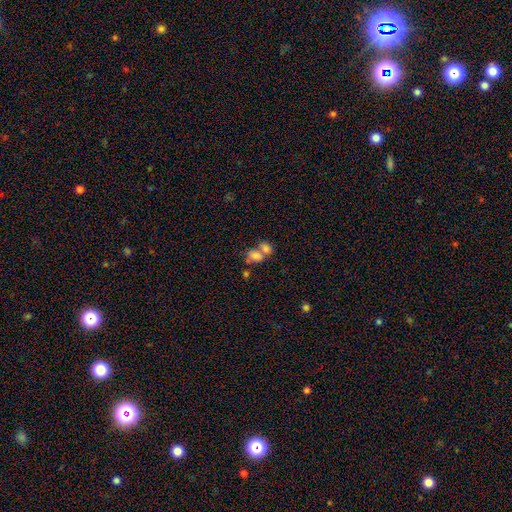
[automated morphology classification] A smooth galaxy with no disk features (76%) that is in between round and cigar-shaped (76%).

Vote fractions:
- Smooth or featured? smooth: 76% / featured or disk: 14% / star or artifact: 10%
- How rounded? in between: 76% / round: 22% / cigar-shaped: 2%
- Merging? merger: 64% / none: 23% / minor disturbance: 8% / major disturbance: 4%